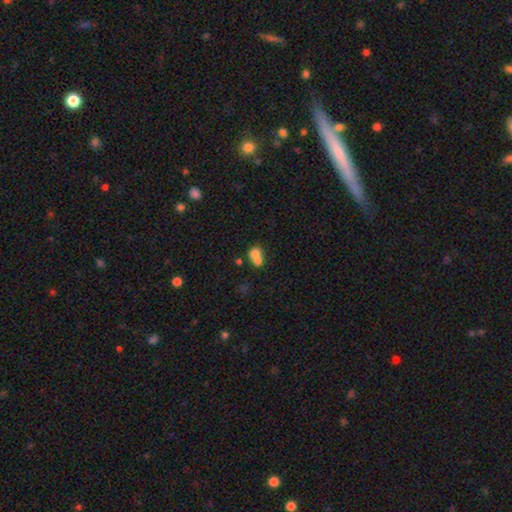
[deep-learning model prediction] Smooth or featured: smooth — 72% (featured or disk — 17%)
How rounded: round — 63% (in between — 36%)
Merging: merger — 67% (none — 24%)